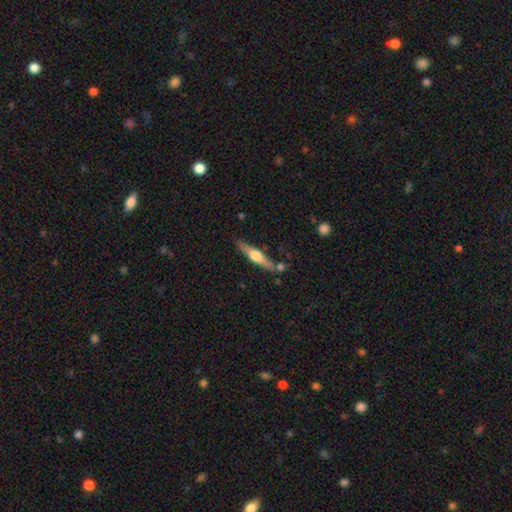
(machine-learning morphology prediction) smooth-or-featured: featured or disk: 64% | smooth: 30% | star or artifact: 6%
  disk-edge-on: yes: 96% | no: 4%
    edge-on-bulge: rounded: 91% | boxy: 6% | none: 3%
  merging: none: 77% | minor disturbance: 13% | merger: 7% | major disturbance: 3%